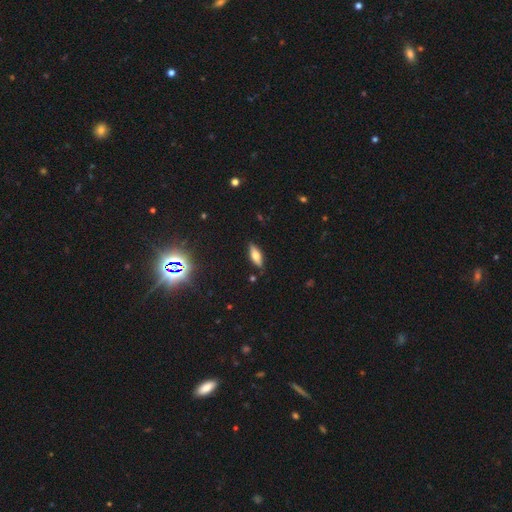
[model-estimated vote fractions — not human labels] Smooth or featured: smooth — 58% (featured or disk — 33%)
How rounded: in between — 62% (cigar-shaped — 35%)
Merging: none — 85% (minor disturbance — 11%)